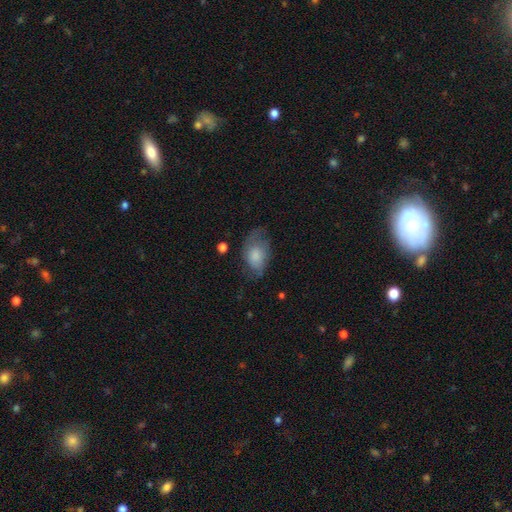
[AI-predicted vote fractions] smooth 67%, featured or disk 26%, star or artifact 7%. Down the decision tree: how rounded — in between (89%); merging — none (44%).